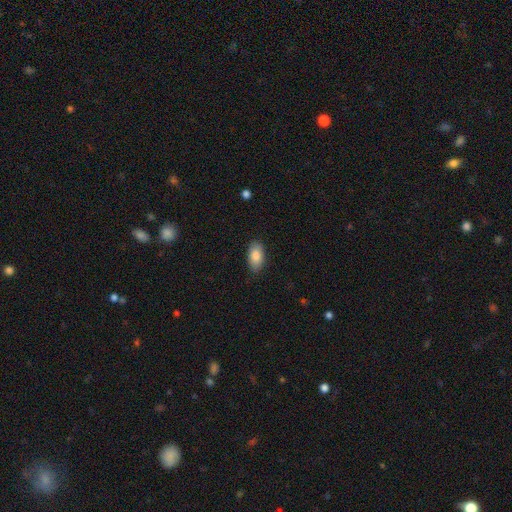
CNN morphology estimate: smooth_or_featured: smooth (p=0.85) [alt: featured or disk p=0.09]
how_rounded: in between (p=0.93) [alt: round p=0.04]
merging: none (p=0.85) [alt: minor disturbance p=0.12]